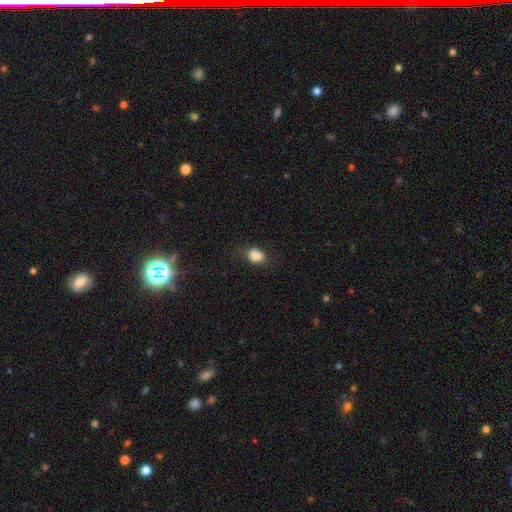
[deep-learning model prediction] This appears to be a smooth galaxy with no disk features (84%) that is in between round and cigar-shaped (54%). Merging: none (70%).